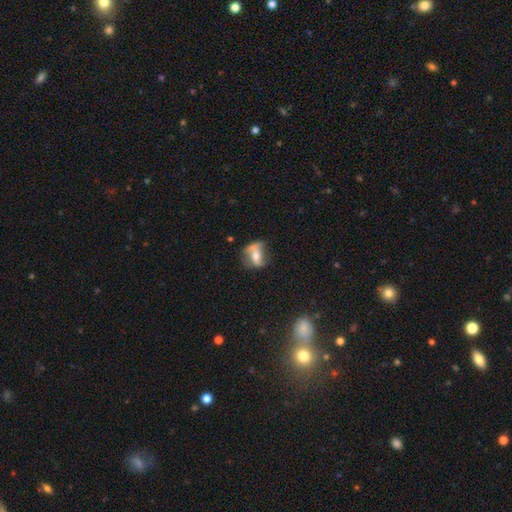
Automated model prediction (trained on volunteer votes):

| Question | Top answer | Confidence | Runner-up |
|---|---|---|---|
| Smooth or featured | featured or disk | 60% | smooth (32%) |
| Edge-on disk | no | 89% | yes (11%) |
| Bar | strong | 37% | no (32%) |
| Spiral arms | yes | 66% | no (34%) |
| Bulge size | moderate | 61% | small (27%) |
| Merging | none | 53% | minor disturbance (26%) |